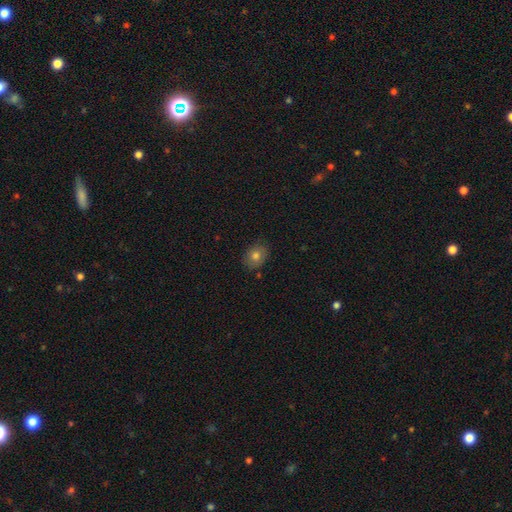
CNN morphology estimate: Q: Smooth or featured?
A: smooth (73%); runner-up: featured or disk (17%)
Q: How rounded?
A: in between (52%); runner-up: round (47%)
Q: Merging?
A: none (79%); runner-up: minor disturbance (16%)